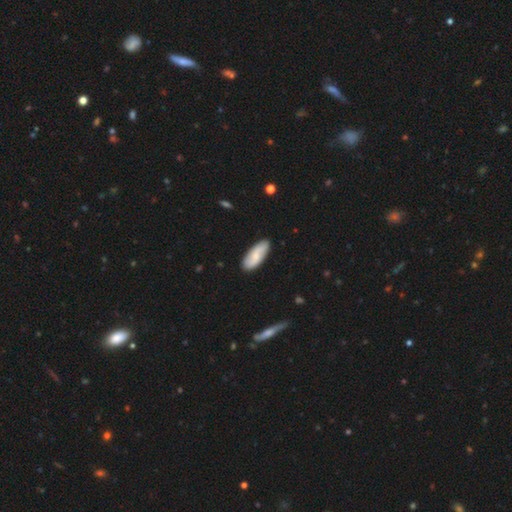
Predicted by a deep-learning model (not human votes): Smooth or featured?
  - smooth: 61% *
  - featured or disk: 34%
  - star or artifact: 6%
How rounded?
  - in between: 79% *
  - cigar-shaped: 19%
  - round: 2%
Merging?
  - none: 85% *
  - minor disturbance: 11%
  - major disturbance: 2%
  - merger: 1%